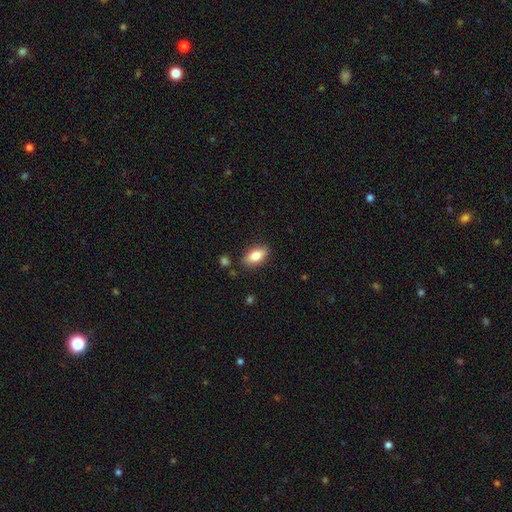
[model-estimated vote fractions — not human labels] Smooth or featured: smooth — 81% (featured or disk — 12%)
How rounded: in between — 88% (cigar-shaped — 9%)
Merging: none — 84% (minor disturbance — 11%)